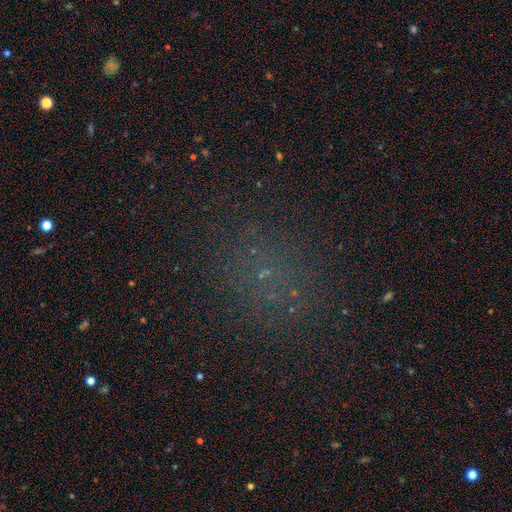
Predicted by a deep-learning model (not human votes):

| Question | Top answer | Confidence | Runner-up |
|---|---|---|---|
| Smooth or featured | star or artifact | 44% | smooth (43%) |